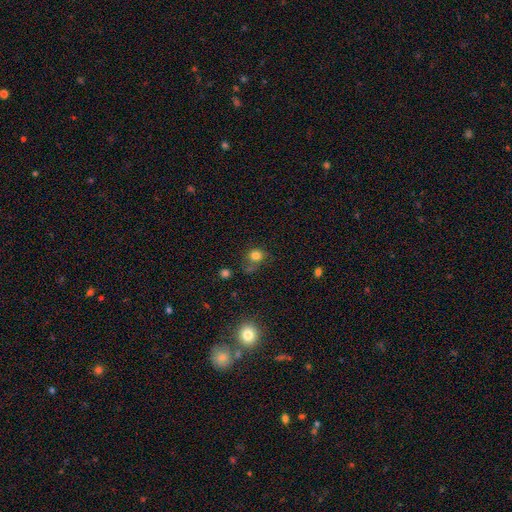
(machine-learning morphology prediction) Smooth or featured? smooth (79%)
How rounded? round (79%)
Merging? none (57%)